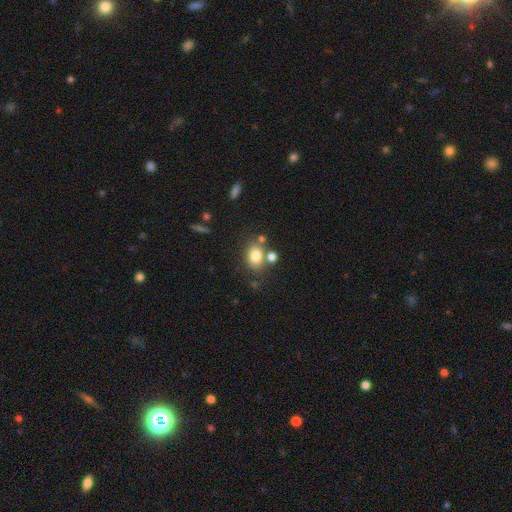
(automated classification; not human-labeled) A smooth galaxy with no disk features (80%) that is in between round and cigar-shaped (61%). Merging: none (66%).